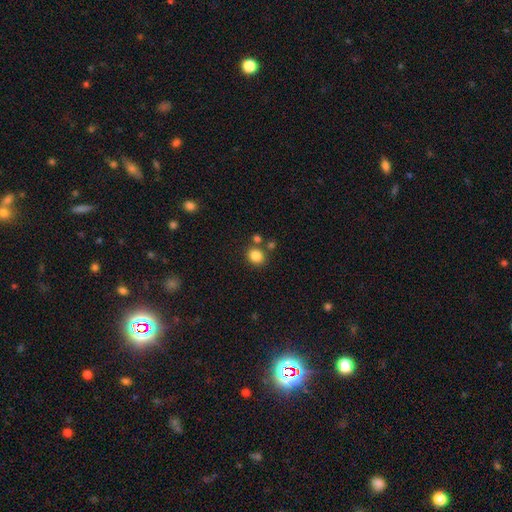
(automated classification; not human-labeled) smooth_or_featured: smooth (p=0.84) [alt: star or artifact p=0.11]
how_rounded: round (p=0.74) [alt: in between p=0.25]
merging: none (p=0.76) [alt: merger p=0.12]